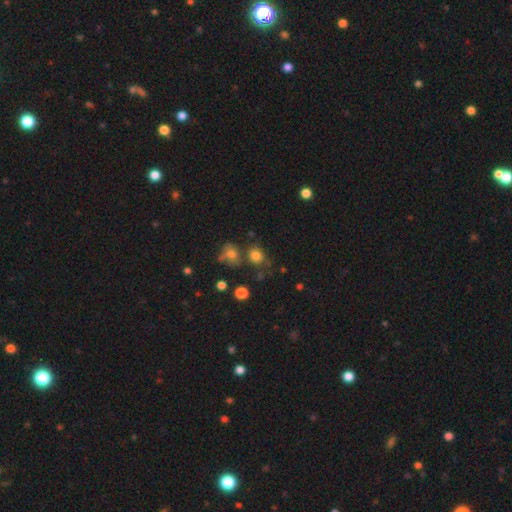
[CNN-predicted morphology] The model was most divided on "merging": none: 66%, merger: 15%, minor disturbance: 13%, major disturbance: 6%. More confident: smooth or featured — smooth (78%); how rounded — round (76%).